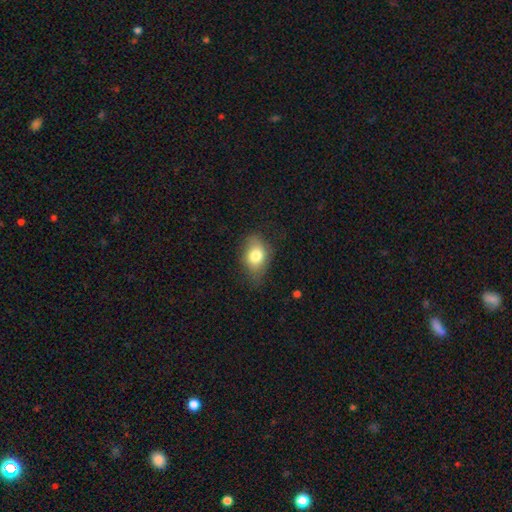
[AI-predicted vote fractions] Smooth or featured?
  - smooth: 77% *
  - featured or disk: 14%
  - star or artifact: 9%
How rounded?
  - in between: 79% *
  - round: 19%
  - cigar-shaped: 2%
Merging?
  - none: 60% *
  - minor disturbance: 30%
  - major disturbance: 9%
  - merger: 1%